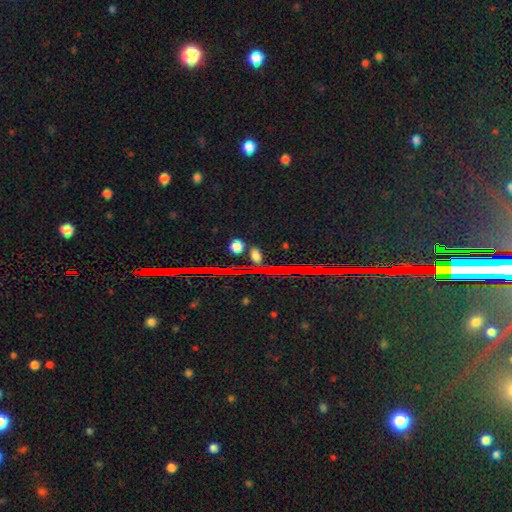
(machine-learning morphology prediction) Smooth or featured?
  - star or artifact: 82% *
  - featured or disk: 9%
  - smooth: 8%